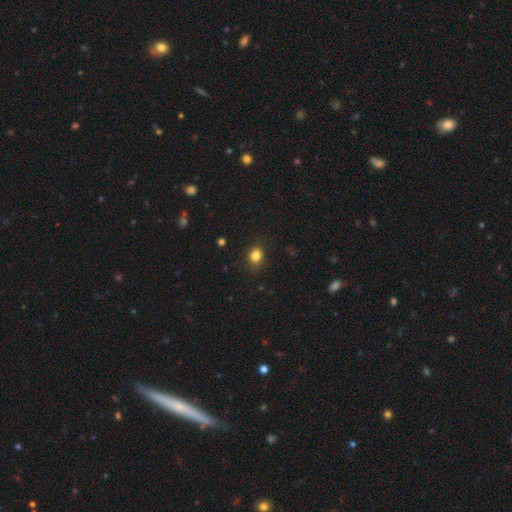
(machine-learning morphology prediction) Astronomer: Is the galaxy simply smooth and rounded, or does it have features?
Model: smooth — 83%.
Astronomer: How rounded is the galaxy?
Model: round — 56% (runner-up: in between, 43%).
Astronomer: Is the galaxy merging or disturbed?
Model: none — 87%.